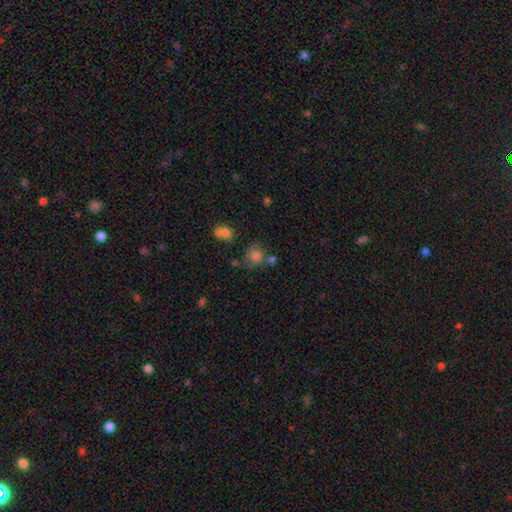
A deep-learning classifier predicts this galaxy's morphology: Smooth or featured? smooth (69%)
How rounded? round (79%)
Merging? none (58%)